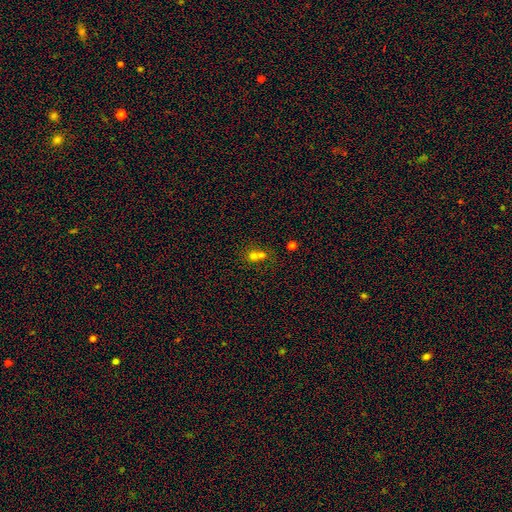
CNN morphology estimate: smooth-or-featured: smooth: 66% | star or artifact: 17% | featured or disk: 17%
  how-rounded: round: 77% | in between: 22% | cigar-shaped: 1%
  merging: merger: 65% | none: 26% | minor disturbance: 5% | major disturbance: 3%